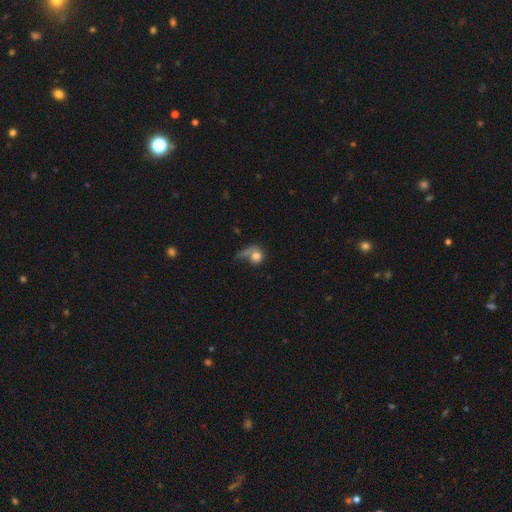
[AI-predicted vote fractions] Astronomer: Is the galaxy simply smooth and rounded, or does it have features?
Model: smooth — 70%.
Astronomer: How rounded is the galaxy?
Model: round — 74%.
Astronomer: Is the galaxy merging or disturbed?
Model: major disturbance — 36% (runner-up: none, 33%).